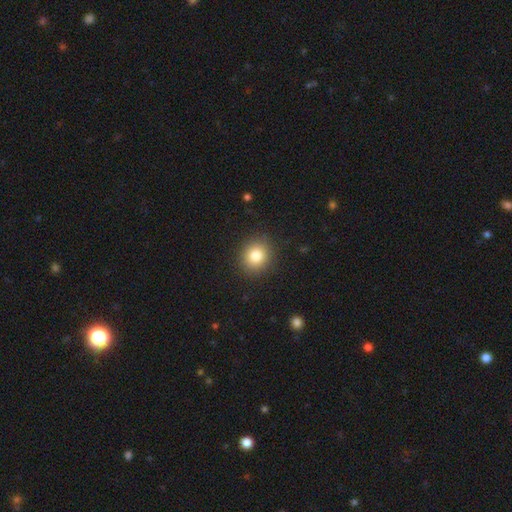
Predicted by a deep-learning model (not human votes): Smooth or featured? Predicted: smooth (p=0.82). How rounded? Predicted: round (p=0.81). Merging? Predicted: none (p=0.89).